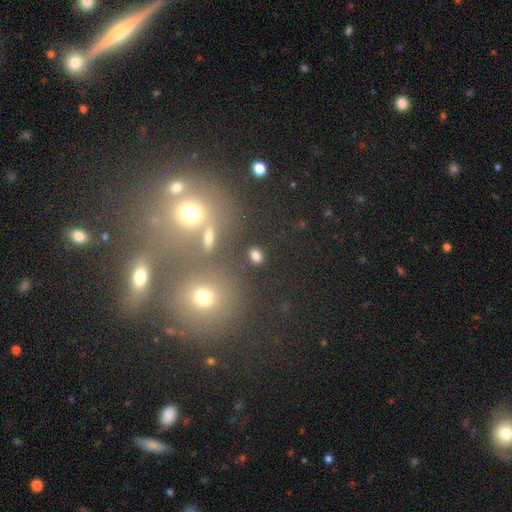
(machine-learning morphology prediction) smooth-or-featured: smooth: 77% | star or artifact: 17% | featured or disk: 6%
  how-rounded: in between: 49% | round: 48% | cigar-shaped: 3%
  merging: none: 84% | minor disturbance: 8% | merger: 5% | major disturbance: 3%